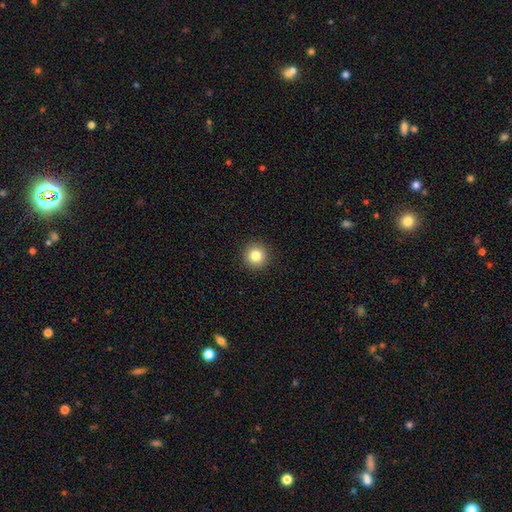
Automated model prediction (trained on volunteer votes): smooth-or-featured: smooth: 83% | star or artifact: 11% | featured or disk: 6%
  how-rounded: round: 95% | in between: 4% | cigar-shaped: 1%
  merging: none: 93% | minor disturbance: 5% | major disturbance: 2% | merger: 1%